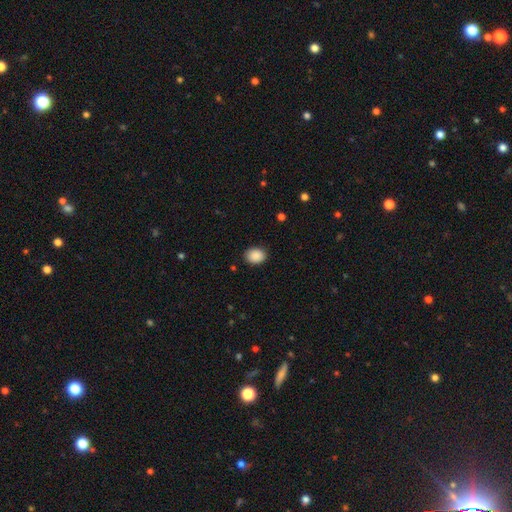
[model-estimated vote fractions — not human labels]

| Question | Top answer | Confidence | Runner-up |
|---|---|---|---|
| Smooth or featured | smooth | 89% | star or artifact (8%) |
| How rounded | in between | 60% | round (40%) |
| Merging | none | 88% | minor disturbance (9%) |